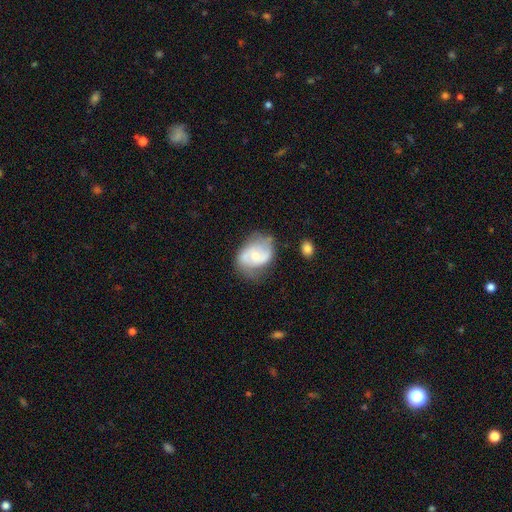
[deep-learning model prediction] A featured or disk galaxy (68%) with no bar (58%), 2 (79%) medium (47%) spiral arms (86%) and a moderate central bulge (48%). Merging: none (59%).